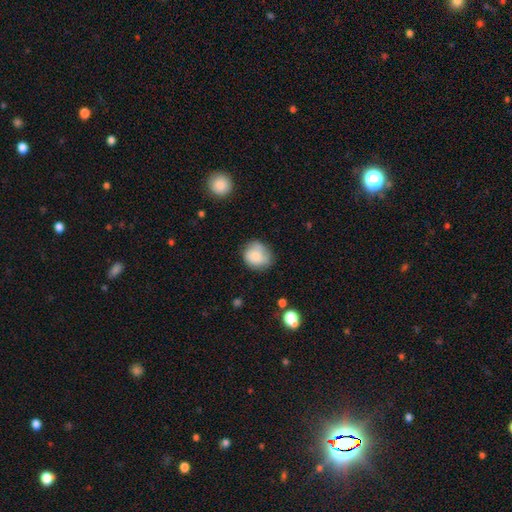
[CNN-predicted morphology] smooth 79%, featured or disk 13%, star or artifact 8%. Down the decision tree: how rounded — round (78%); merging — none (67%).